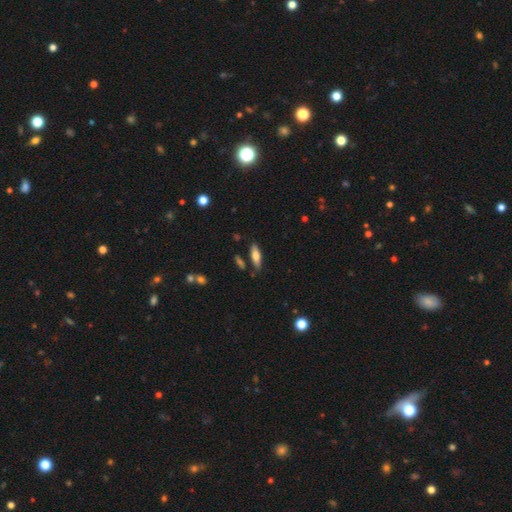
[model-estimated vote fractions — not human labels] Smooth or featured? smooth (65%)
How rounded? cigar-shaped (49%, tied with in between)
Merging? none (81%)